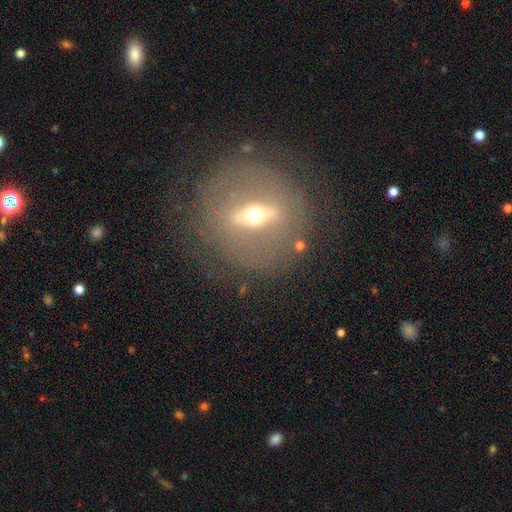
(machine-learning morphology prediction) Smooth or featured? Predicted: featured or disk (p=0.73). Edge-on disk? Predicted: no (p=0.66). Merging? Predicted: none (p=0.80).